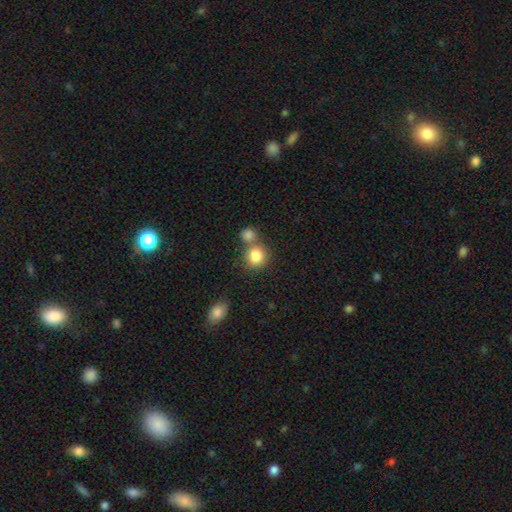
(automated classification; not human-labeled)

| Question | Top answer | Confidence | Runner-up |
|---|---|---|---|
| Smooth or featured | smooth | 84% | star or artifact (9%) |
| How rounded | round | 82% | in between (17%) |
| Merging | none | 50% | merger (37%) |